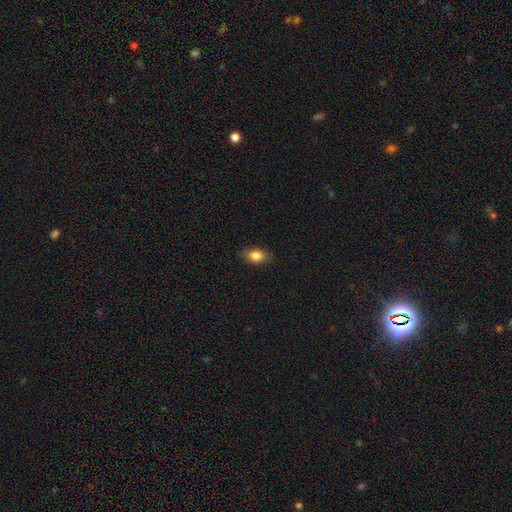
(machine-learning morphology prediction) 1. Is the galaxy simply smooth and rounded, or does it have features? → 84% smooth, 8% star or artifact, 8% featured or disk.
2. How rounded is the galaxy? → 85% in between, 12% round, 3% cigar-shaped.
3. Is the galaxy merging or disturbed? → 85% none, 11% minor disturbance, 2% major disturbance, 1% merger.